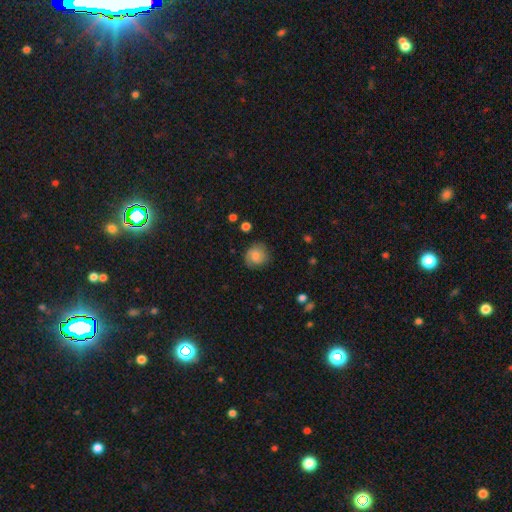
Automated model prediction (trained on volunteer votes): Overall: smooth (70%). How rounded: round (83%). Merging: none (76%).